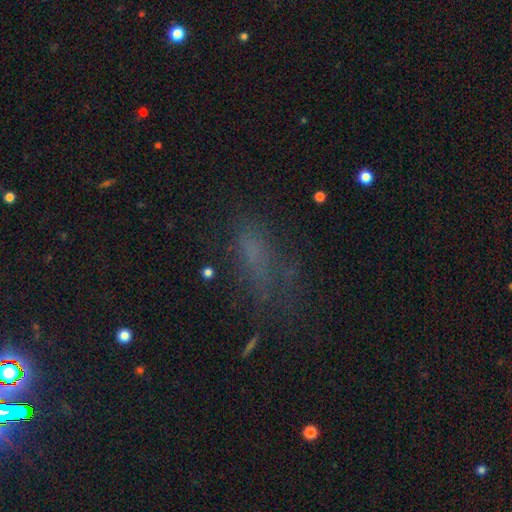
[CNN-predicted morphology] Smooth or featured: smooth — 49% (star or artifact — 32%)
Merging: none — 50% (major disturbance — 24%)